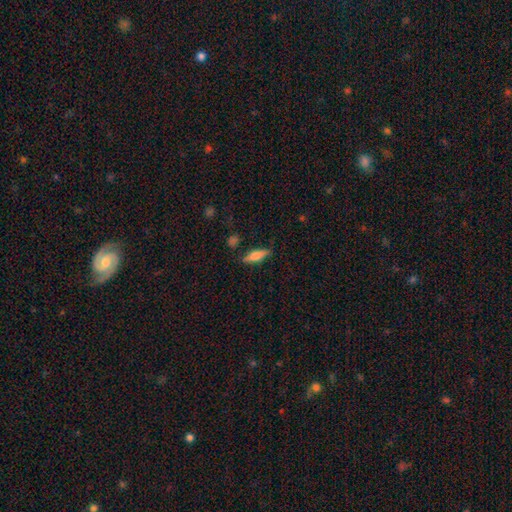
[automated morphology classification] Q: Smooth or featured?
A: smooth (66%); runner-up: featured or disk (27%)
Q: How rounded?
A: cigar-shaped (50%); runner-up: in between (47%)
Q: Merging?
A: none (81%); runner-up: minor disturbance (13%)